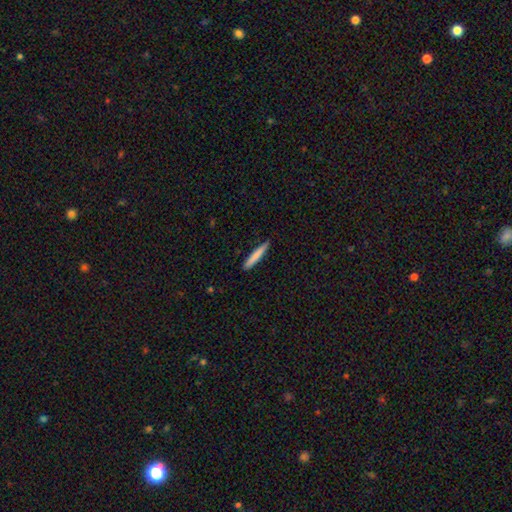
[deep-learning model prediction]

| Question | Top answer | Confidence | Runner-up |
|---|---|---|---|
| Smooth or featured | smooth | 78% | featured or disk (16%) |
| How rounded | cigar-shaped | 95% | in between (4%) |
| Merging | none | 89% | minor disturbance (9%) |